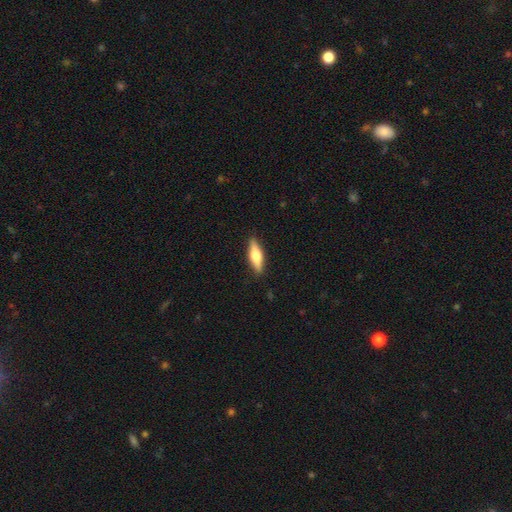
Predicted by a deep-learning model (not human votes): Smooth or featured? Predicted: smooth (p=0.50). How rounded? Predicted: cigar-shaped (p=0.62). Merging? Predicted: none (p=0.88).